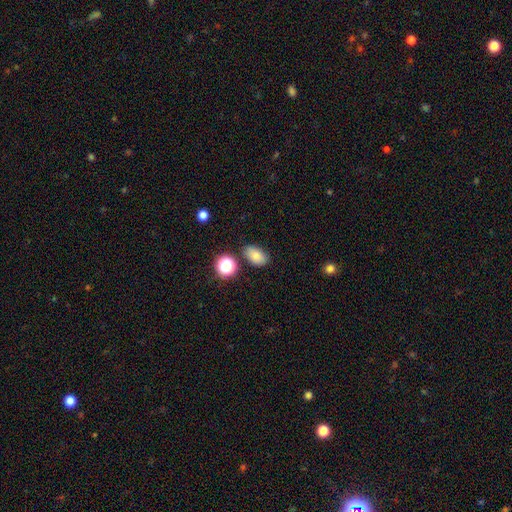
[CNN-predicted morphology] Q: Smooth or featured?
A: smooth (80%); runner-up: star or artifact (12%)
Q: How rounded?
A: in between (87%); runner-up: round (11%)
Q: Merging?
A: none (80%); runner-up: minor disturbance (12%)